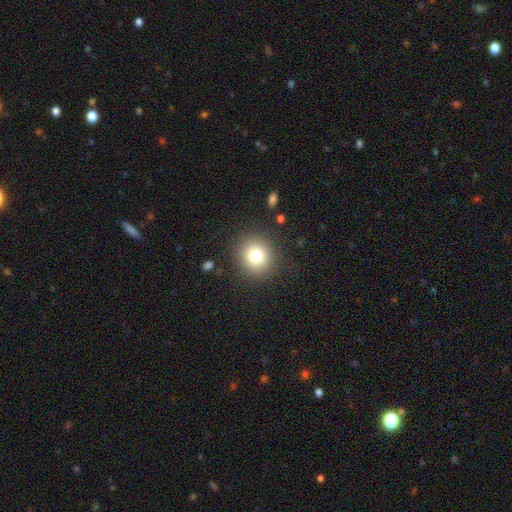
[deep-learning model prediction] Q: Smooth or featured?
A: smooth (78%); runner-up: star or artifact (12%)
Q: How rounded?
A: round (90%); runner-up: in between (9%)
Q: Merging?
A: none (88%); runner-up: minor disturbance (7%)